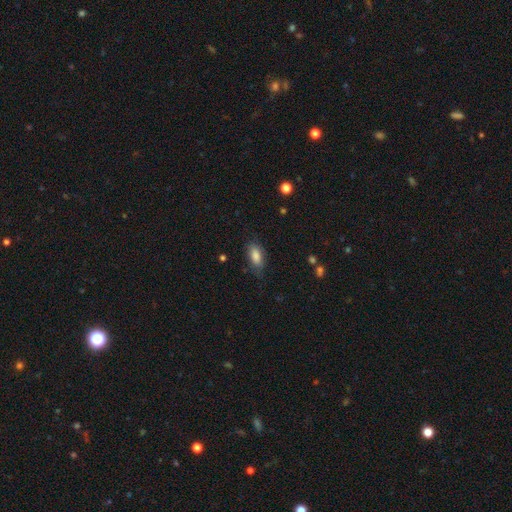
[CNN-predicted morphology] smooth_or_featured: smooth (p=0.83) [alt: featured or disk p=0.10]
how_rounded: in between (p=0.87) [alt: cigar-shaped p=0.10]
merging: none (p=0.72) [alt: minor disturbance p=0.21]